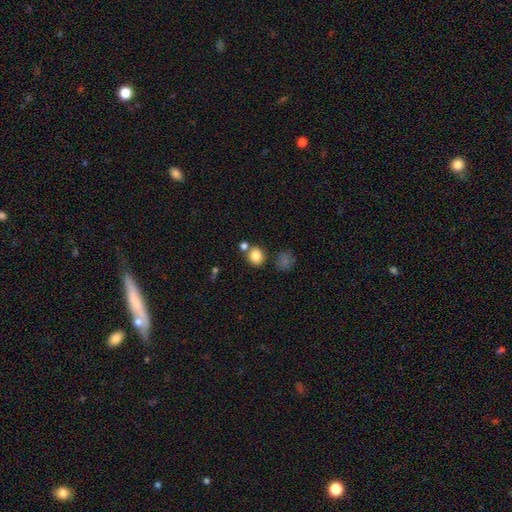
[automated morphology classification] A smooth galaxy with no disk features (83%) that is round (68%). Merging: none (67%).